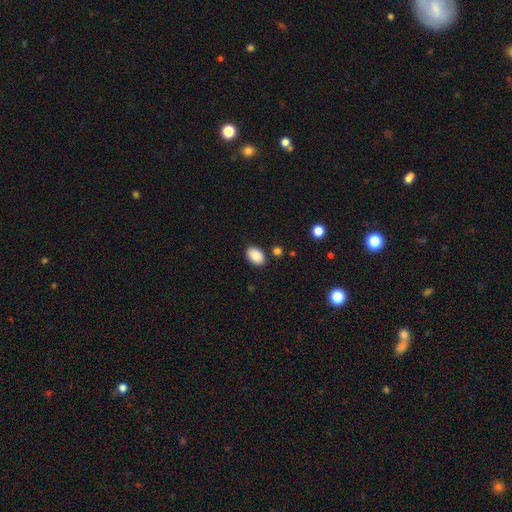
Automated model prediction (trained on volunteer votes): smooth-or-featured: smooth: 88% | star or artifact: 8% | featured or disk: 4%
  how-rounded: in between: 83% | round: 16% | cigar-shaped: 1%
  merging: none: 85% | minor disturbance: 10% | merger: 3% | major disturbance: 2%